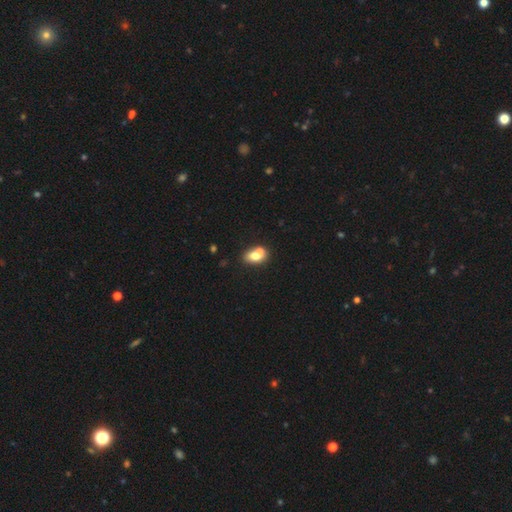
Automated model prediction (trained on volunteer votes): smooth-or-featured: smooth: 70% | featured or disk: 20% | star or artifact: 10%
  how-rounded: in between: 70% | round: 28% | cigar-shaped: 2%
  merging: merger: 49% | none: 37% | minor disturbance: 10% | major disturbance: 4%